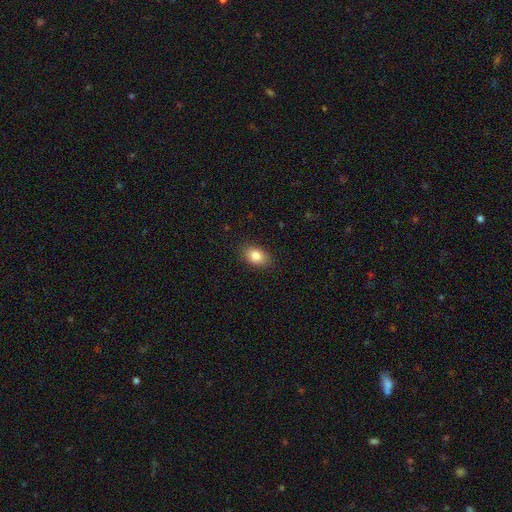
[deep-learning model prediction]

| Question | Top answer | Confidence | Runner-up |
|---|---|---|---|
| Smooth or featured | smooth | 85% | star or artifact (8%) |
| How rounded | in between | 84% | round (15%) |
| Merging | none | 87% | minor disturbance (9%) |